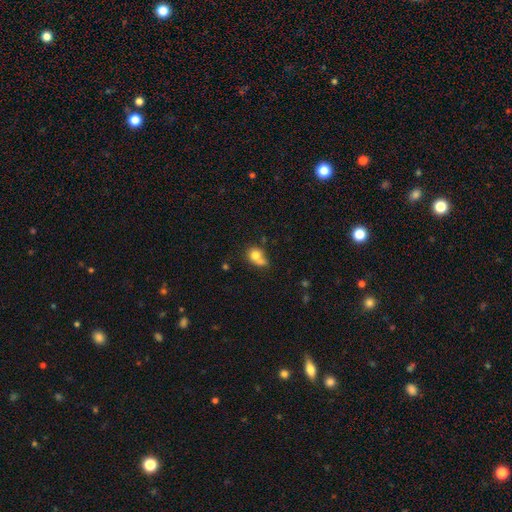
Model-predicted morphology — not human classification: Smooth or featured? Predicted: smooth (p=0.75). How rounded? Predicted: round (p=0.65). Merging? Predicted: merger (p=0.37).